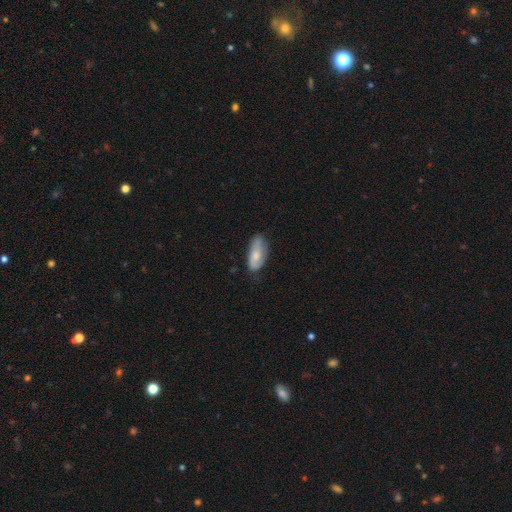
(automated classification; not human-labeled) This is likely a smooth galaxy (64%). How rounded: clearly in between (88%). Merging: likely none (60%).